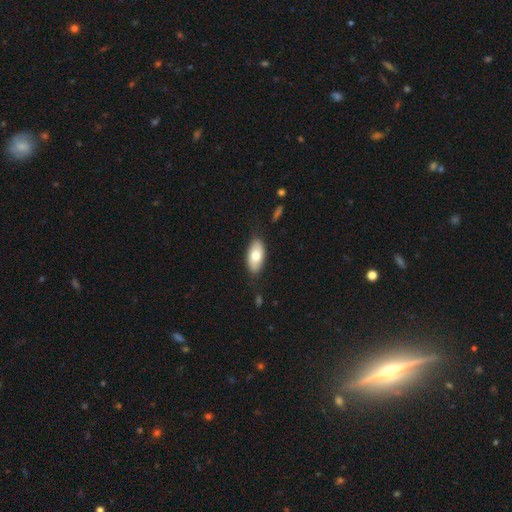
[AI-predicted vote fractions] A smooth galaxy with no disk features (72%) that is in between round and cigar-shaped (92%). Merging: none (84%).